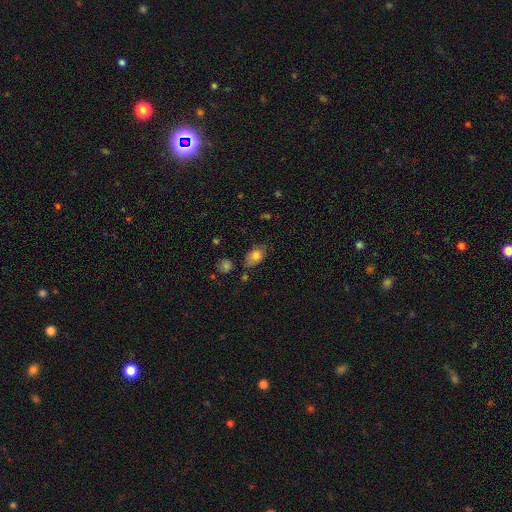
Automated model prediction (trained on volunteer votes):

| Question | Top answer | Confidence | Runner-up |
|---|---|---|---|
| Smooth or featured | smooth | 80% | featured or disk (12%) |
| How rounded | in between | 86% | round (11%) |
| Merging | none | 66% | minor disturbance (24%) |